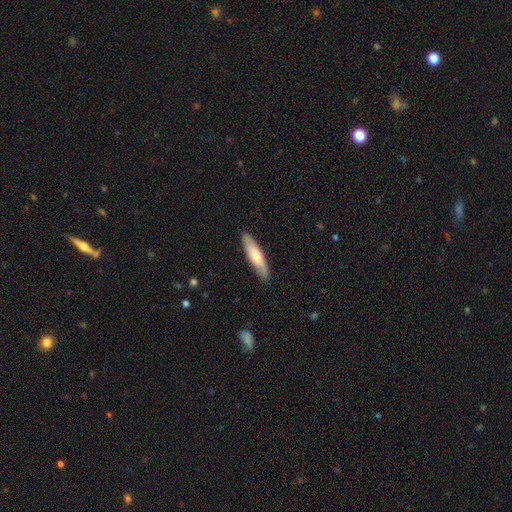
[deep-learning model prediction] A smooth galaxy with no disk features (64%) that is cigar-shaped (74%).

Vote fractions:
- Smooth or featured? smooth: 64% / featured or disk: 31% / star or artifact: 5%
- How rounded? cigar-shaped: 74% / in between: 24% / round: 2%
- Merging? none: 88% / minor disturbance: 9% / major disturbance: 2% / merger: 1%